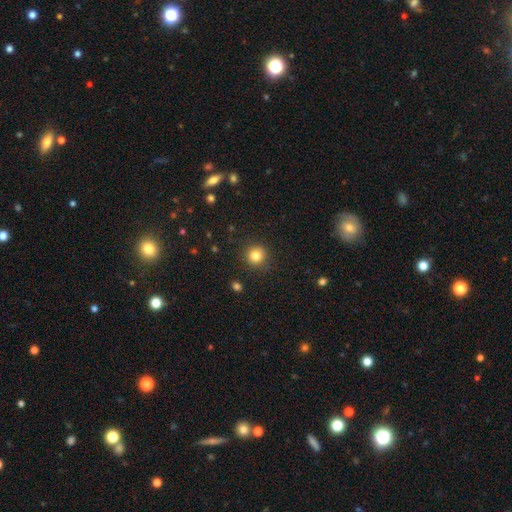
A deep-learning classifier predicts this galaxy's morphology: This appears to be a smooth galaxy with no disk features (83%) that is round (93%). Merging: none (90%).